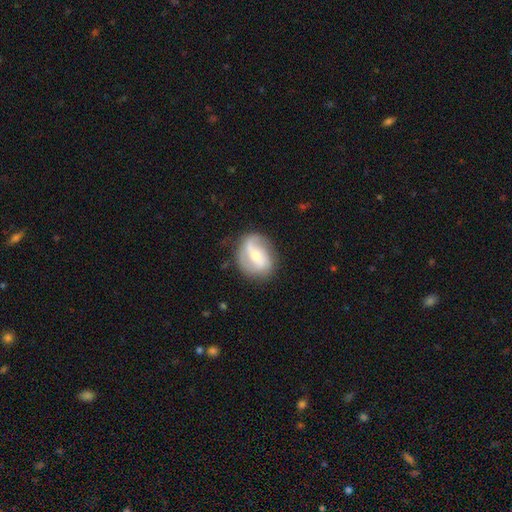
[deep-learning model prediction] Morphology: type=featured or disk (73%); edge-on=no (97%); bar=weak (39%); spiral arms=yes (88%); winding=loose (41%); arm count=2 (78%); bulge=moderate (49%); merging=none (71%).